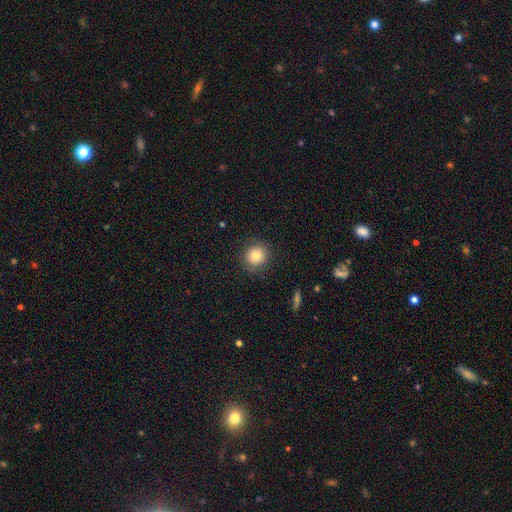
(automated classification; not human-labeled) A smooth galaxy with no disk features (79%) that is round (91%). Merging: none (86%).